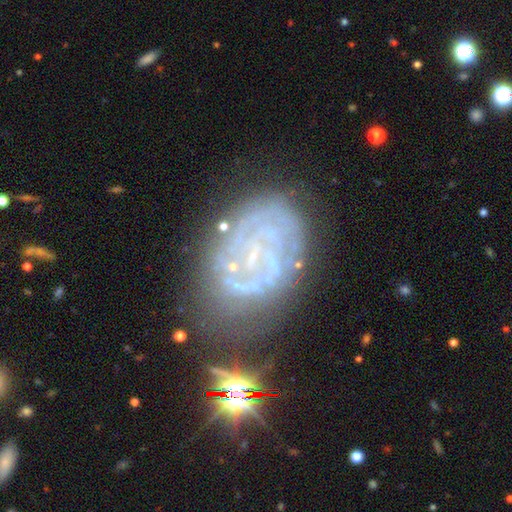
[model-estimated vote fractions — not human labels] featured or disk 76%, star or artifact 13%, smooth 11%. Down the decision tree: edge-on disk — no (97%); bar — no (67%); spiral arms — yes (78%); spiral arm count — can't tell (43%); spiral winding — tight (62%); bulge size — small (61%); merging — none (60%).